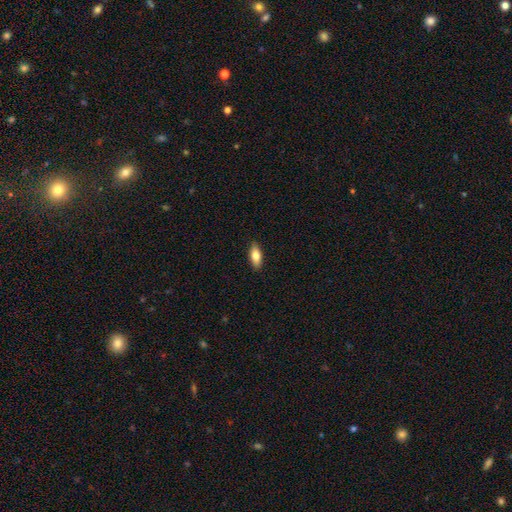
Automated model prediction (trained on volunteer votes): smooth 78%, featured or disk 16%, star or artifact 6%. Down the decision tree: how rounded — in between (78%); merging — none (89%).